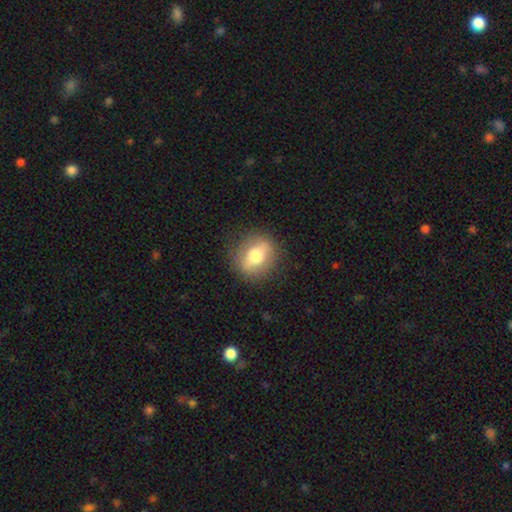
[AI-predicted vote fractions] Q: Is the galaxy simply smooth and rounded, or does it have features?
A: smooth — 63%.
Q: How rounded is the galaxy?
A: round — 60%.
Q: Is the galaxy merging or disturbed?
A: none — 83%.